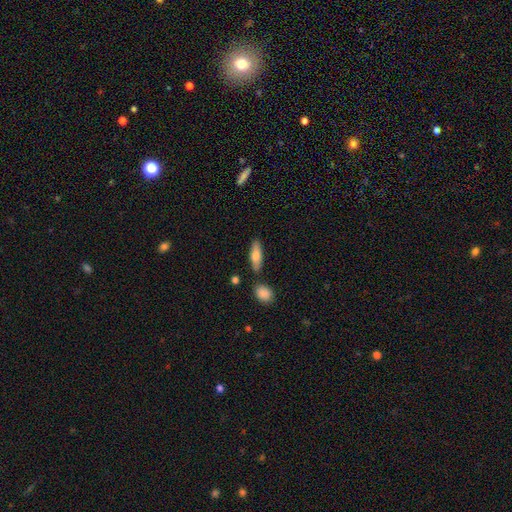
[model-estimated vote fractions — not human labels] This is likely a smooth galaxy (72%). How rounded: possibly in between (51%). Merging: clearly none (80%).